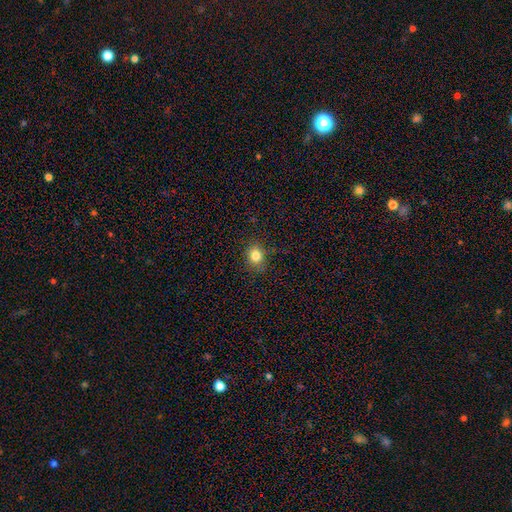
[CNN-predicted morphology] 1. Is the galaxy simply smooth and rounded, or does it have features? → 82% smooth, 12% star or artifact, 6% featured or disk.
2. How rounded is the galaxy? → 63% round, 36% in between, 1% cigar-shaped.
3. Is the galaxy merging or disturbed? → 83% none, 12% minor disturbance, 3% major disturbance, 1% merger.